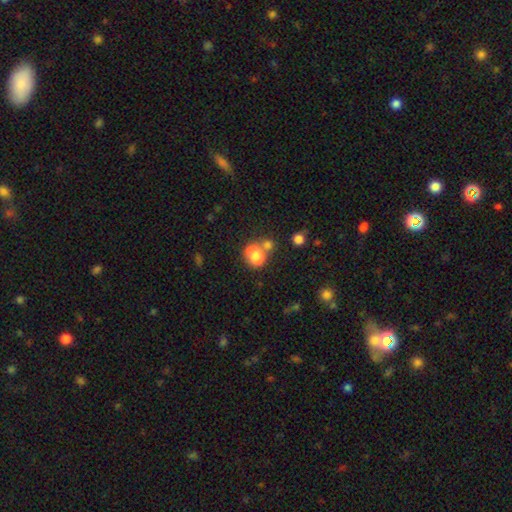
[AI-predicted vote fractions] This appears to be a smooth galaxy with no disk features (68%) that is round (76%). Merging: merger (39%).